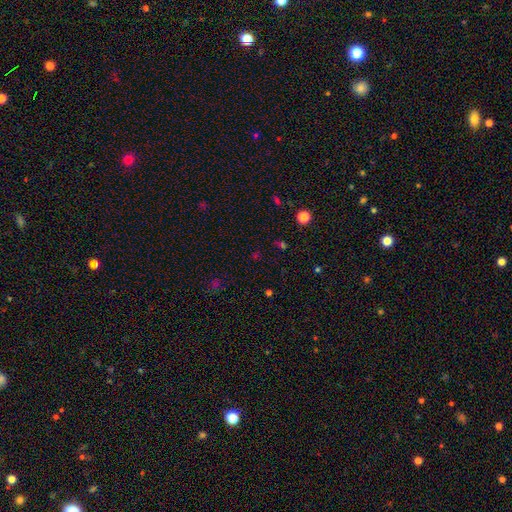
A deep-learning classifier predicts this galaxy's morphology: smooth-or-featured: star or artifact: 58% | smooth: 34% | featured or disk: 8%